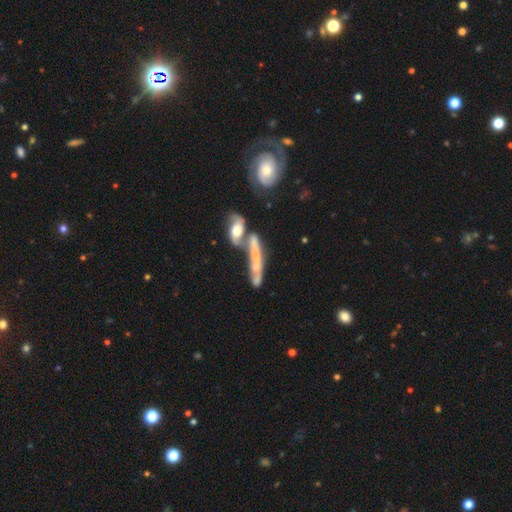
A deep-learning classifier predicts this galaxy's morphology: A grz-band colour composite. It shows a featured or disk galaxy (53%). Merging: merger (52%).